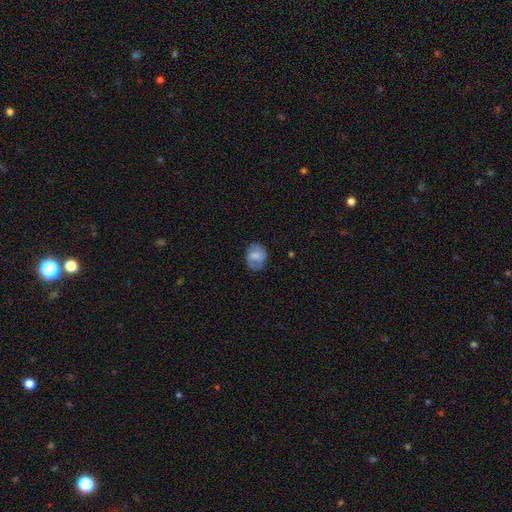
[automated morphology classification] smooth-or-featured: smooth: 61% | featured or disk: 31% | star or artifact: 8%
  how-rounded: round: 62% | in between: 37% | cigar-shaped: 1%
  merging: none: 65% | minor disturbance: 23% | major disturbance: 10% | merger: 2%